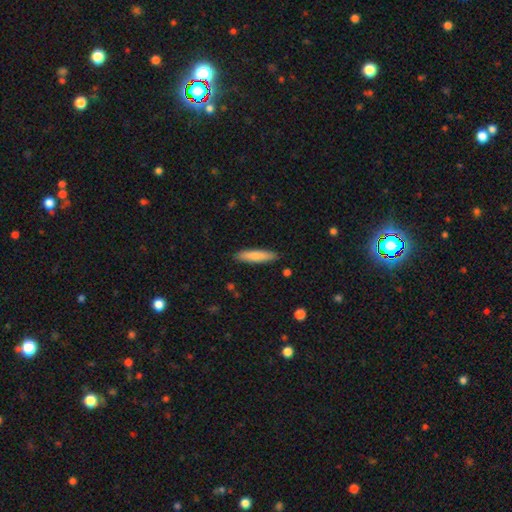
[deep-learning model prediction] Smooth or featured? Predicted: smooth (p=0.79). How rounded? Predicted: cigar-shaped (p=0.80). Merging? Predicted: none (p=0.89).